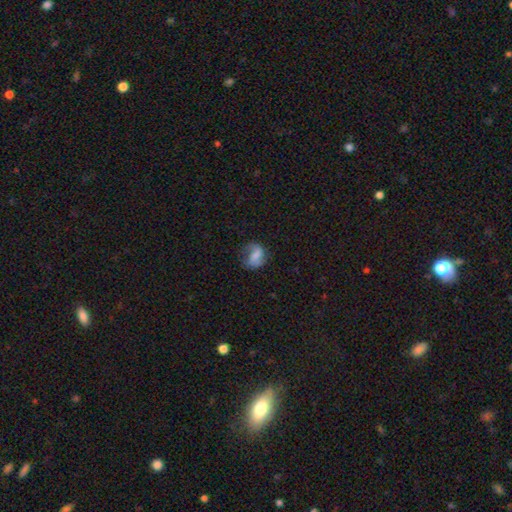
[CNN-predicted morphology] smooth 51%, featured or disk 40%, star or artifact 9%. Down the decision tree: how rounded — in between (55%); merging — none (46%).